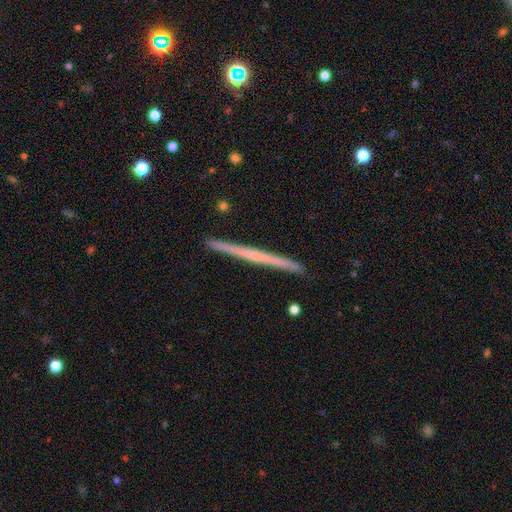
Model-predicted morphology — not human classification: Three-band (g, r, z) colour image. It shows a featured or disk galaxy (58%) viewed edge-on (98%) with no central bulge (83%). Merging: none (93%).